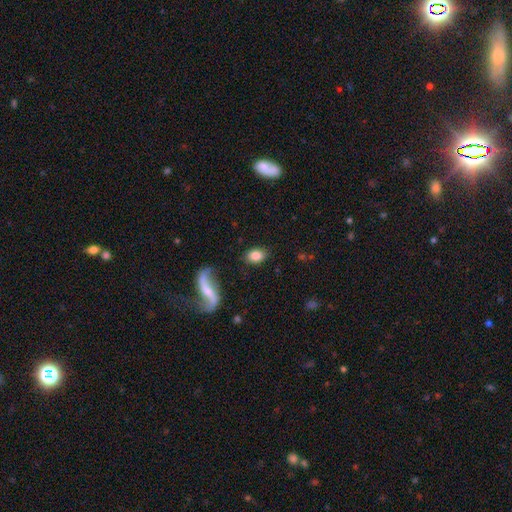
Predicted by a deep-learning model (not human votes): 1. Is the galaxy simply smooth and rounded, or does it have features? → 77% smooth, 15% featured or disk, 8% star or artifact.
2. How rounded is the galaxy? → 81% in between, 17% round, 2% cigar-shaped.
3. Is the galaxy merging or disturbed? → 80% none, 13% minor disturbance, 5% major disturbance, 3% merger.